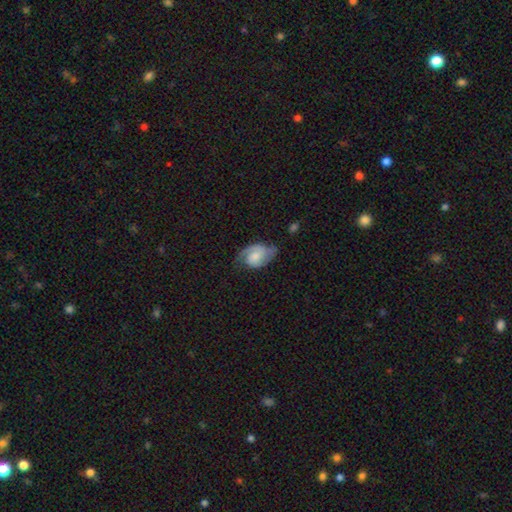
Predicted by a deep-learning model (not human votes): Overall: featured or disk (68%). Edge-on disk: no (97%). Bar: no (63%; weak 32%). Spiral arms: yes (93%). Spiral arm count: 2 (75%). Spiral winding: medium (46%; tight 33%). Bulge size: moderate (36%; small 33%). Merging: none (56%; minor disturbance 28%).